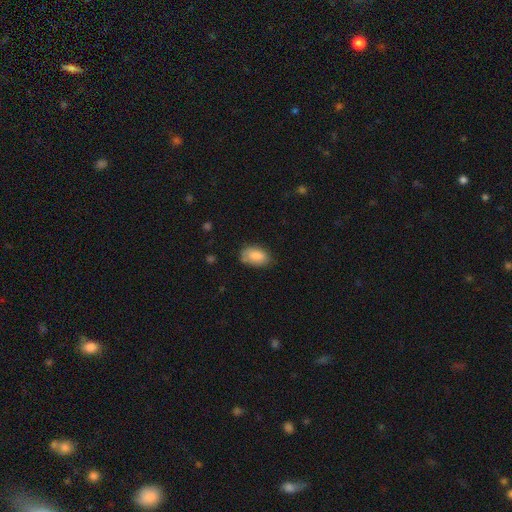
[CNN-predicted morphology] This appears to be a smooth galaxy with no disk features (85%) that is in between round and cigar-shaped (92%). Merging: none (69%).